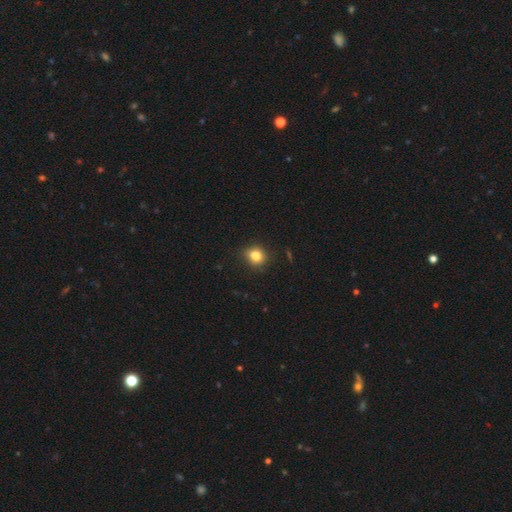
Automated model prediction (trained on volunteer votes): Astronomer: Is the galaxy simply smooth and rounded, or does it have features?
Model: smooth — 83%.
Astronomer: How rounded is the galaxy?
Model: round — 72%.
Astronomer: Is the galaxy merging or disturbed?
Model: none — 83%.